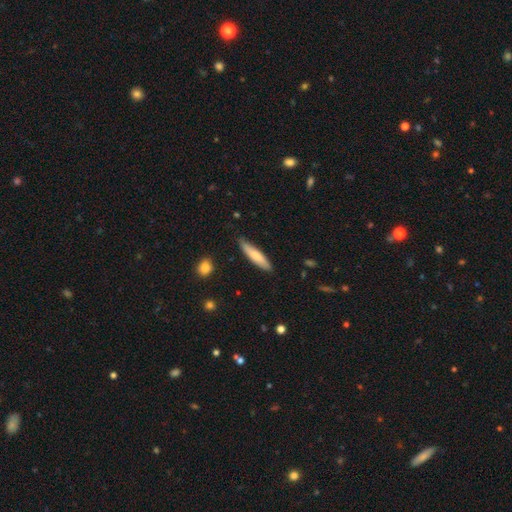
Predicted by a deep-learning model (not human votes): Q: Smooth or featured?
A: smooth (72%); runner-up: featured or disk (23%)
Q: How rounded?
A: cigar-shaped (80%); runner-up: in between (19%)
Q: Merging?
A: none (84%); runner-up: minor disturbance (13%)